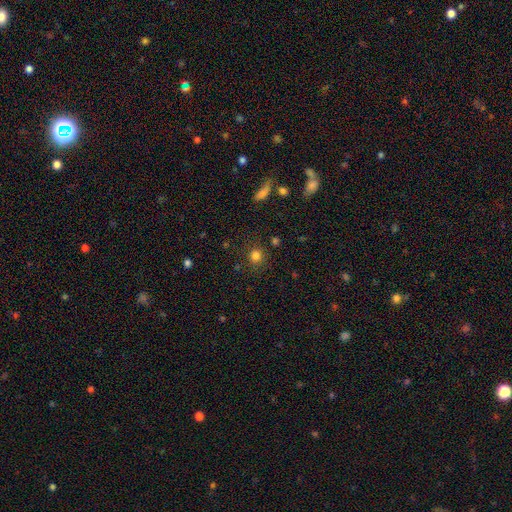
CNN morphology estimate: smooth-or-featured: smooth: 81% | star or artifact: 14% | featured or disk: 5%
  how-rounded: round: 89% | in between: 10% | cigar-shaped: 1%
  merging: none: 86% | minor disturbance: 8% | major disturbance: 4% | merger: 3%